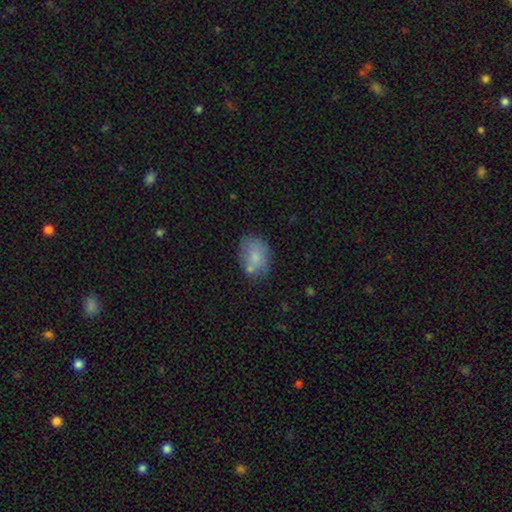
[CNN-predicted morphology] smooth 77%, featured or disk 15%, star or artifact 8%. Down the decision tree: how rounded — in between (70%); merging — none (61%).